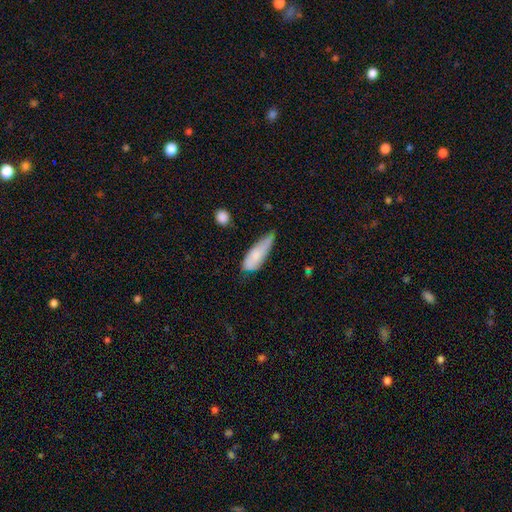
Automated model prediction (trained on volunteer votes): This is likely a smooth galaxy (74%). How rounded: likely in between (61%). Merging: possibly minor disturbance (46%).